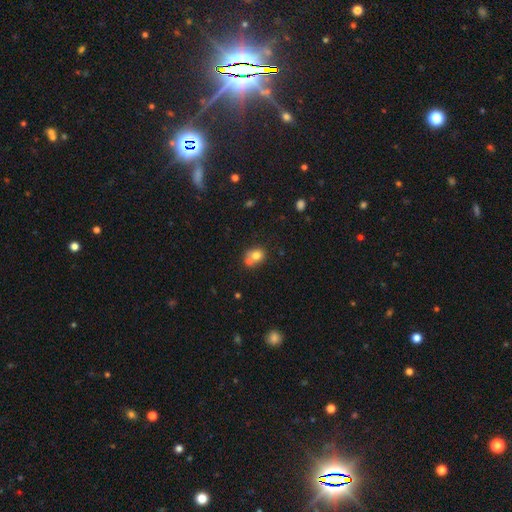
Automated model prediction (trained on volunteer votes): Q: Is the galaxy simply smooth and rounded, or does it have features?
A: smooth — 73%.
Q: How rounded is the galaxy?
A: round — 58%.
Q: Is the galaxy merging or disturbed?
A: merger — 43%.